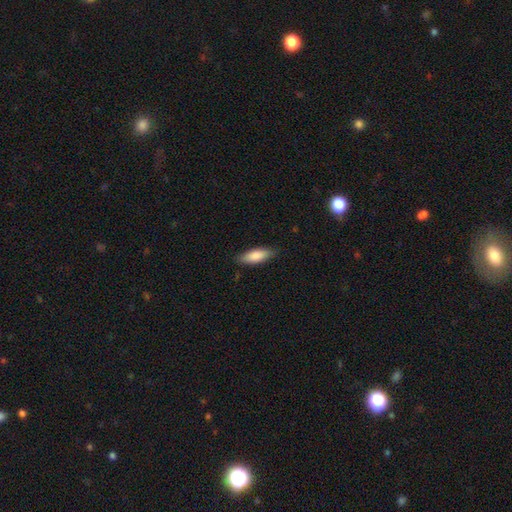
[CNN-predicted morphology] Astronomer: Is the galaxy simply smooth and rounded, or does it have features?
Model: smooth — 84%.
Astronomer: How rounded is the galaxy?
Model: in between — 64%.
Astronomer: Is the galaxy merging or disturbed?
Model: none — 84%.